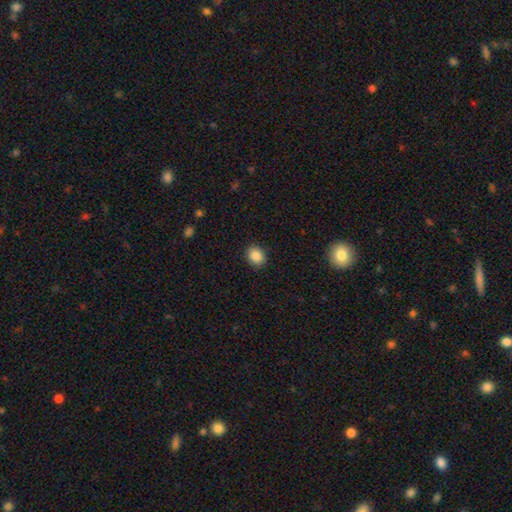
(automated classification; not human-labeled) This is clearly a smooth galaxy (87%). How rounded: possibly round (58%). Merging: clearly none (90%).